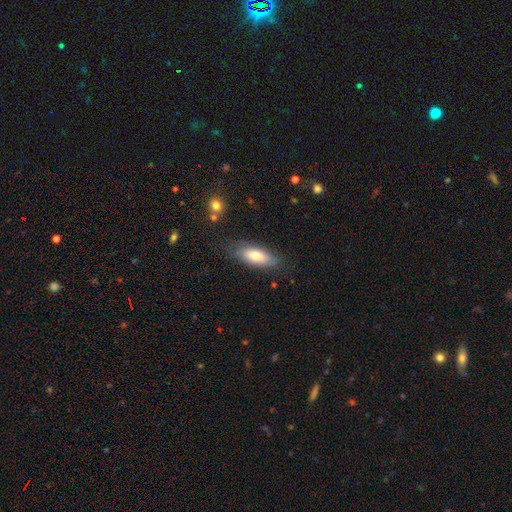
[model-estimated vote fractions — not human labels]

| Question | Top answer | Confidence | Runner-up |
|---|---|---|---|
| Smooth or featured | smooth | 72% | featured or disk (22%) |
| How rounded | in between | 71% | cigar-shaped (27%) |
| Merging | none | 76% | minor disturbance (17%) |